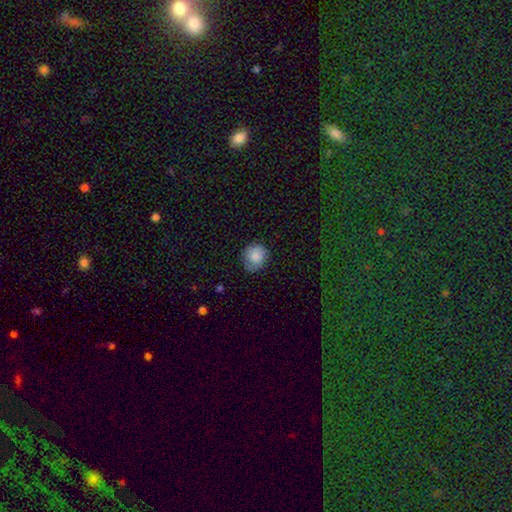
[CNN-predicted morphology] Smooth or featured? smooth (81%)
How rounded? round (78%)
Merging? none (69%)